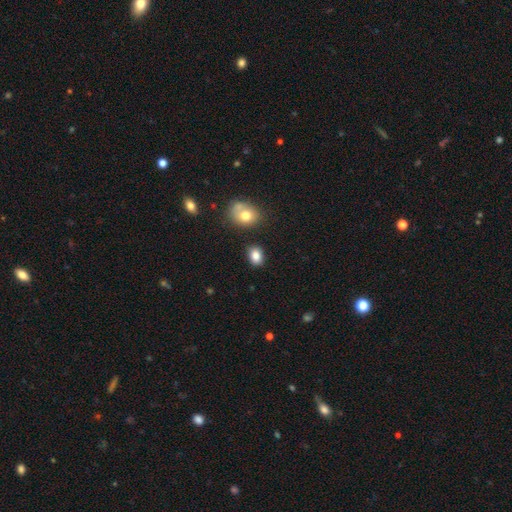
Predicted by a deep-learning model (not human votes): Morphology: type=smooth (84%); roundness=in between (66%); merging=none (82%).